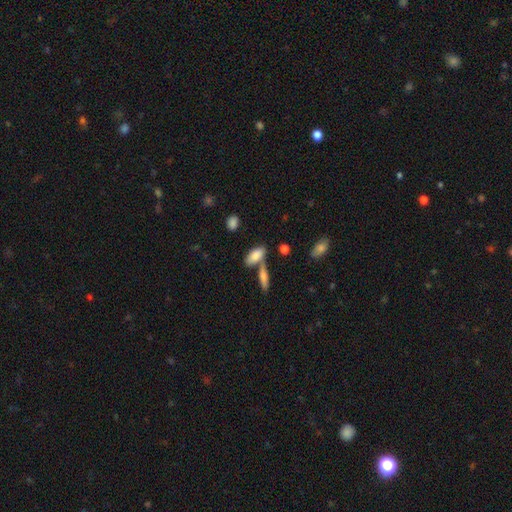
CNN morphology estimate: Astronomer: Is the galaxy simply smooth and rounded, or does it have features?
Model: smooth — 80%.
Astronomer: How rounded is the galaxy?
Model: in between — 81%.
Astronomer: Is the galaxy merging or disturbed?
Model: none — 52% (runner-up: merger, 31%).